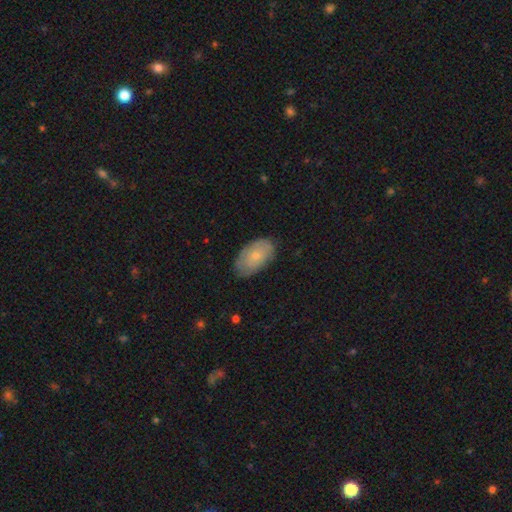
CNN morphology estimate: Smooth or featured?
  - smooth: 65% *
  - featured or disk: 29%
  - star or artifact: 6%
How rounded?
  - in between: 93% *
  - round: 5%
  - cigar-shaped: 2%
Merging?
  - none: 75% *
  - minor disturbance: 20%
  - major disturbance: 4%
  - merger: 1%